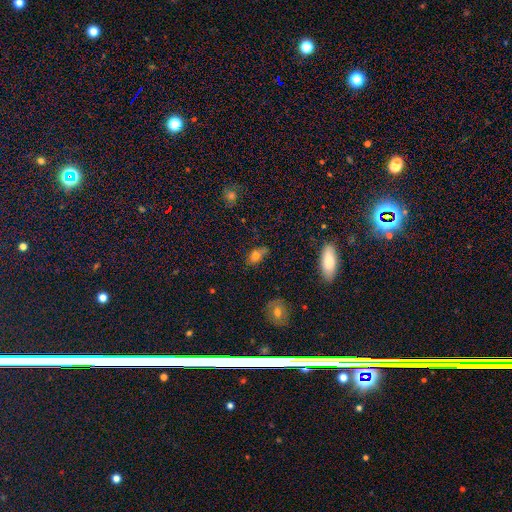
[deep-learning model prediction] The model was most divided on "merging": none: 53%, minor disturbance: 24%, merger: 15%, major disturbance: 7%. More confident: smooth or featured — smooth (76%); how rounded — in between (74%).